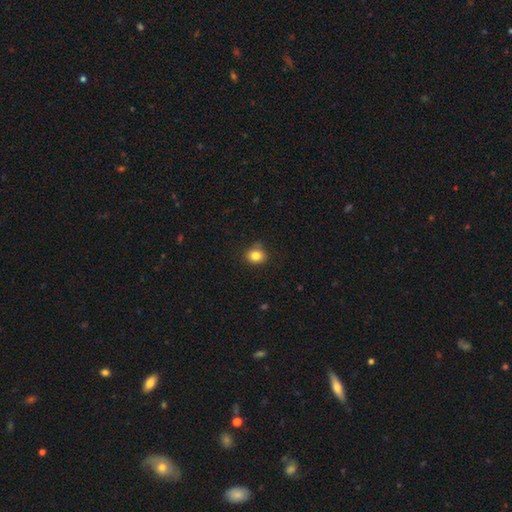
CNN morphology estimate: Smooth or featured: smooth — 83% (star or artifact — 11%)
How rounded: round — 72% (in between — 28%)
Merging: none — 78% (minor disturbance — 17%)